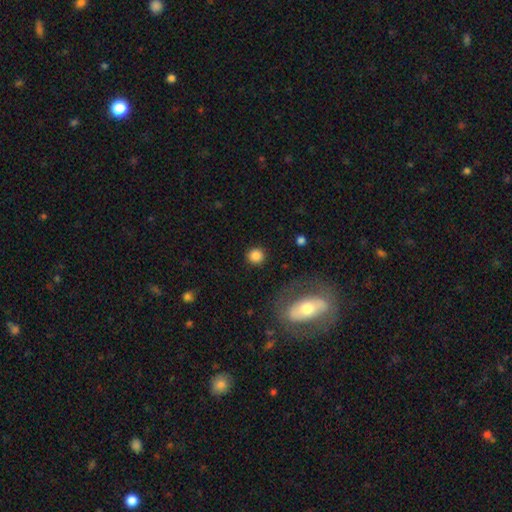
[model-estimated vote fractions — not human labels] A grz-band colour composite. It shows a smooth galaxy with no disk features (84%) that is round (92%). Merging: none (90%).